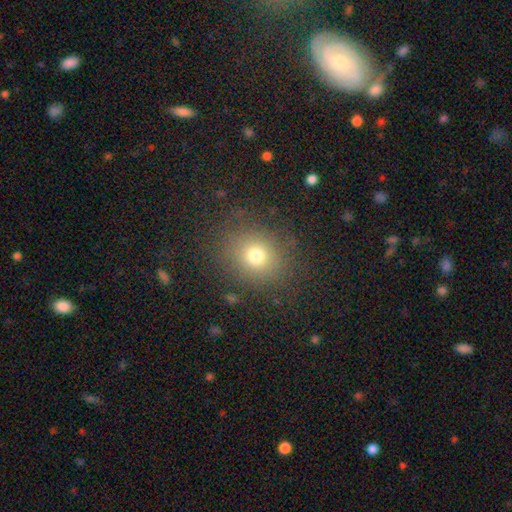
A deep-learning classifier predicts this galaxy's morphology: Overall: smooth (72%). How rounded: round (74%). Merging: none (82%).